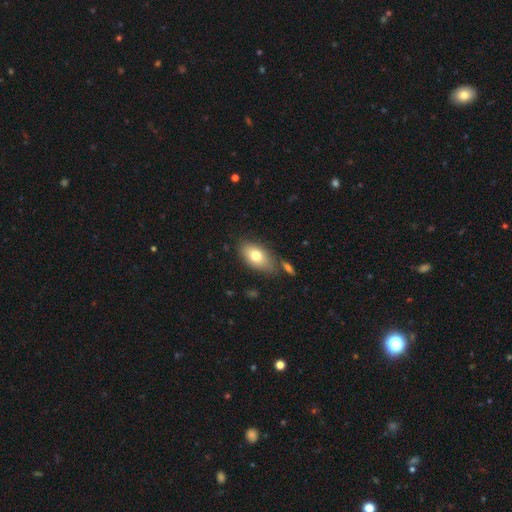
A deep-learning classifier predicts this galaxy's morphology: A smooth galaxy with no disk features (74%) that is in between round and cigar-shaped (90%).

Vote fractions:
- Smooth or featured? smooth: 74% / featured or disk: 18% / star or artifact: 8%
- How rounded? in between: 90% / round: 7% / cigar-shaped: 3%
- Merging? none: 74% / minor disturbance: 15% / merger: 7% / major disturbance: 4%